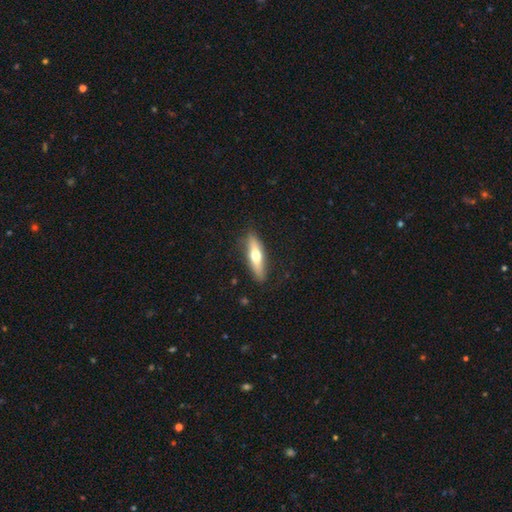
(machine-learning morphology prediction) A smooth galaxy with no disk features (51%) that is cigar-shaped (69%).

Vote fractions:
- Smooth or featured? smooth: 51% / featured or disk: 43% / star or artifact: 6%
- How rounded? cigar-shaped: 69% / in between: 29% / round: 2%
- Merging? none: 86% / minor disturbance: 10% / major disturbance: 2% / merger: 1%